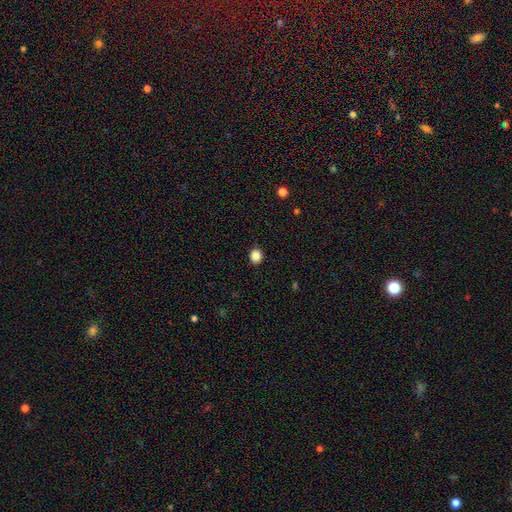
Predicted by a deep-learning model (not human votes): Overall: smooth (87%). How rounded: round (72%). Merging: none (89%).